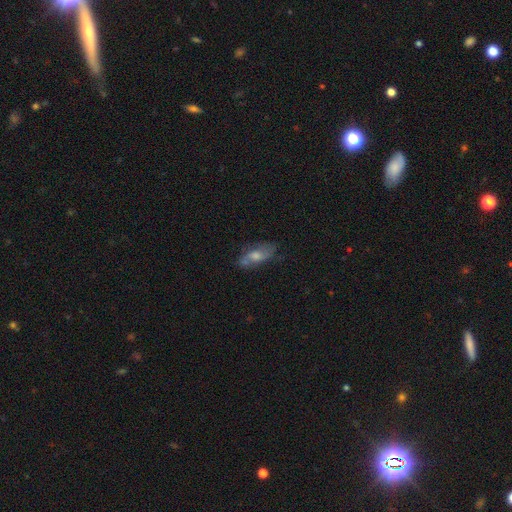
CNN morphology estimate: A featured or disk galaxy (50%). Merging: none (67%).